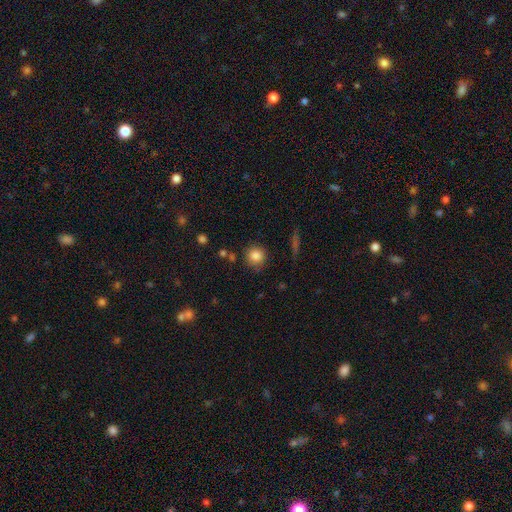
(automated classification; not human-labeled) Smooth or featured? smooth (84%)
How rounded? round (91%)
Merging? none (83%)